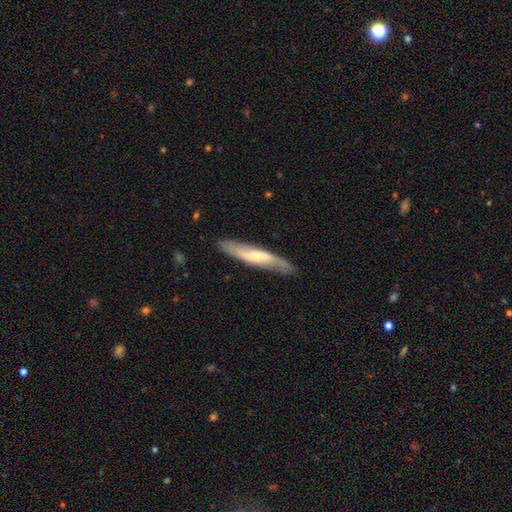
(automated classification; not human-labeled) Overall: featured or disk (57%; smooth 38%). Edge-on disk: no (52%; yes 48%). Merging: none (84%).